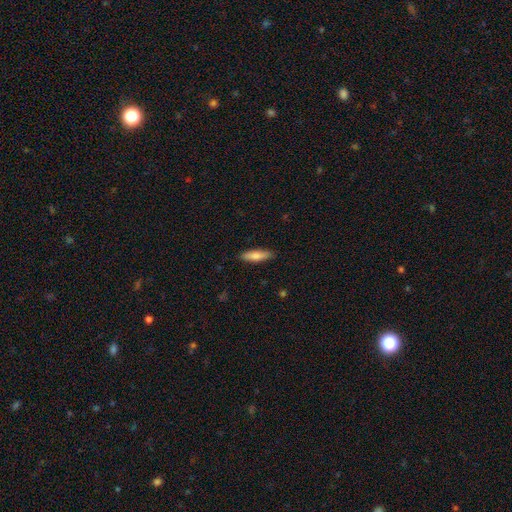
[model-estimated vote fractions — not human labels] smooth_or_featured: smooth (p=0.78) [alt: featured or disk p=0.17]
how_rounded: cigar-shaped (p=0.61) [alt: in between p=0.37]
merging: none (p=0.88) [alt: minor disturbance p=0.09]